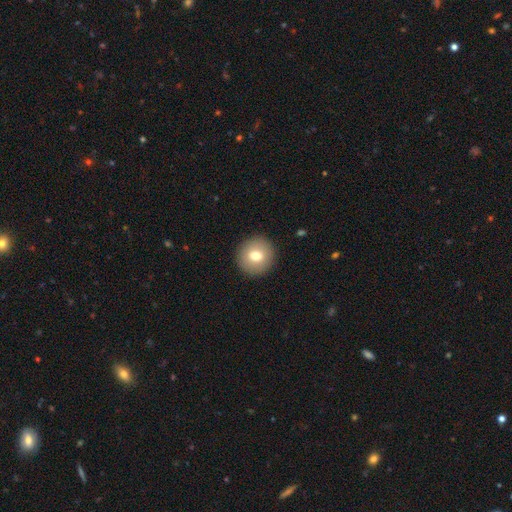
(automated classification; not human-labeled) A smooth galaxy with no disk features (75%) that is round (94%). Merging: none (92%).